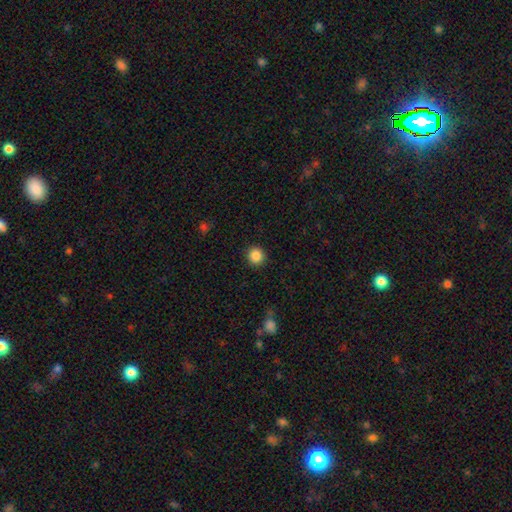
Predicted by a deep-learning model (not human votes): smooth-or-featured: smooth: 87% | star or artifact: 10% | featured or disk: 3%
  how-rounded: round: 93% | in between: 6% | cigar-shaped: 1%
  merging: none: 91% | minor disturbance: 5% | major disturbance: 2% | merger: 1%